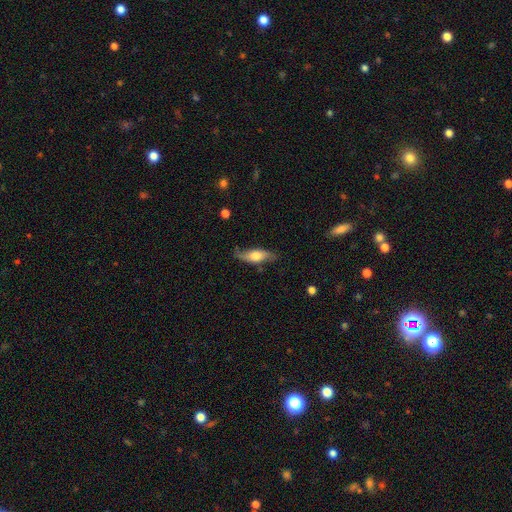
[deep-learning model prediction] Overall: smooth (49%; featured or disk 45%). Merging: none (72%).